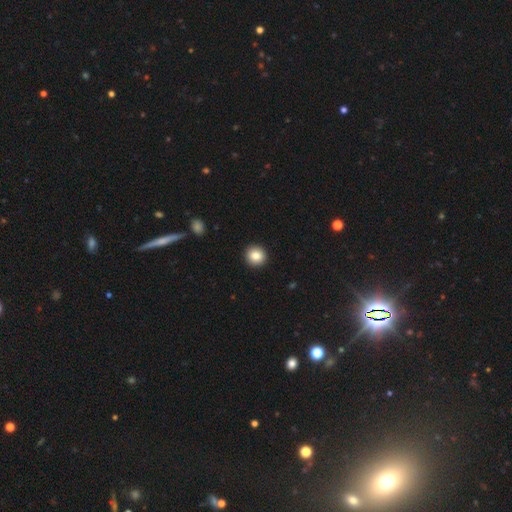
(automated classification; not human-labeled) Overall: smooth (84%). How rounded: round (91%). Merging: none (93%).